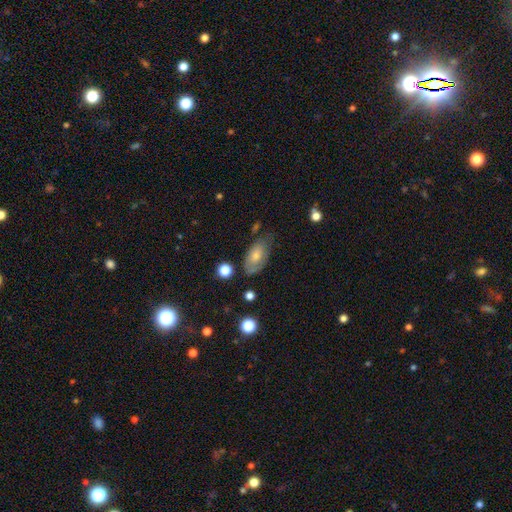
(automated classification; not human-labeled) smooth 47%, featured or disk 43%, star or artifact 10%. Down the decision tree: merging — none (62%).